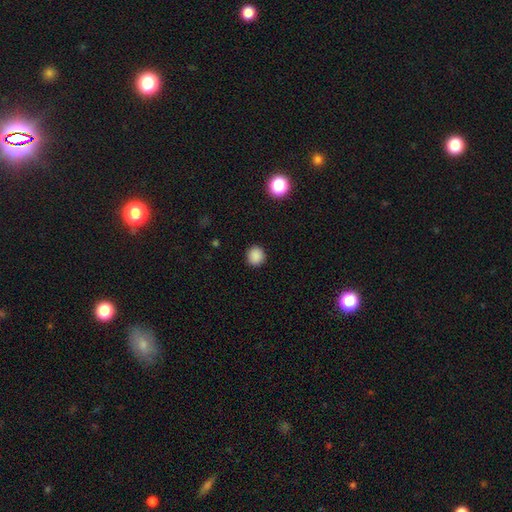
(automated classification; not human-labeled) A smooth galaxy with no disk features (87%) that is round (92%). Merging: none (91%).